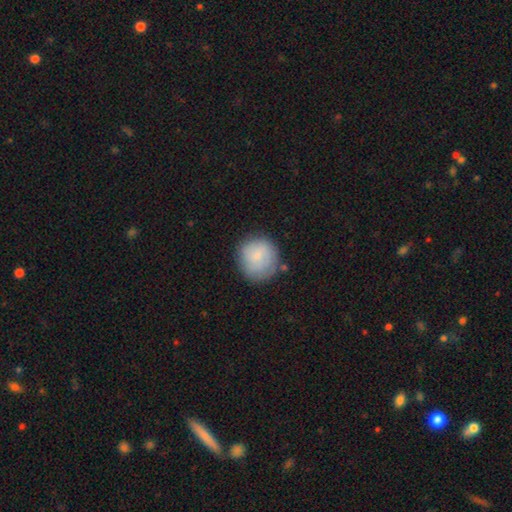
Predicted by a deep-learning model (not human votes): The model was most divided on "merging": none: 74%, minor disturbance: 18%, major disturbance: 5%, merger: 3%. More confident: how rounded — round (91%); smooth or featured — smooth (79%).